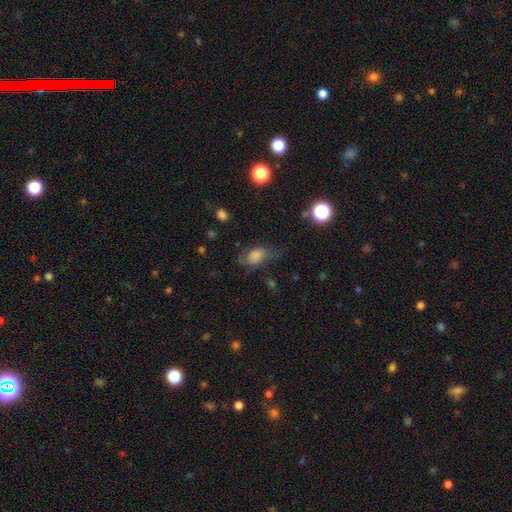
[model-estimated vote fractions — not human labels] This appears to be a smooth galaxy with no disk features (68%) that is in between round and cigar-shaped (84%). Merging: none (39%).